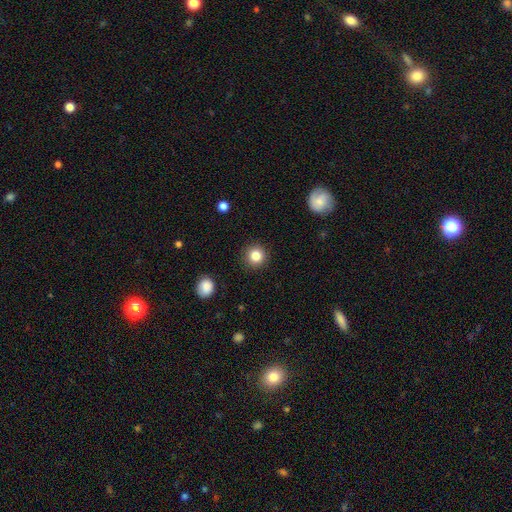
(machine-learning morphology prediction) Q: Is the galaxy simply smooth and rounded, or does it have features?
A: smooth — 83%.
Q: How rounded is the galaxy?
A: round — 94%.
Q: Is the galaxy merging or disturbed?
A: none — 91%.